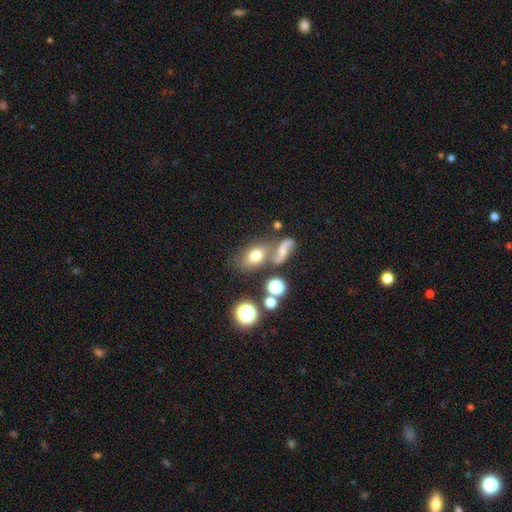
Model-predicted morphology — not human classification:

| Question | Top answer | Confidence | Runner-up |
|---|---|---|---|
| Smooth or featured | smooth | 68% | featured or disk (18%) |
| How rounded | in between | 70% | round (26%) |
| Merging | none | 47% | merger (32%) |